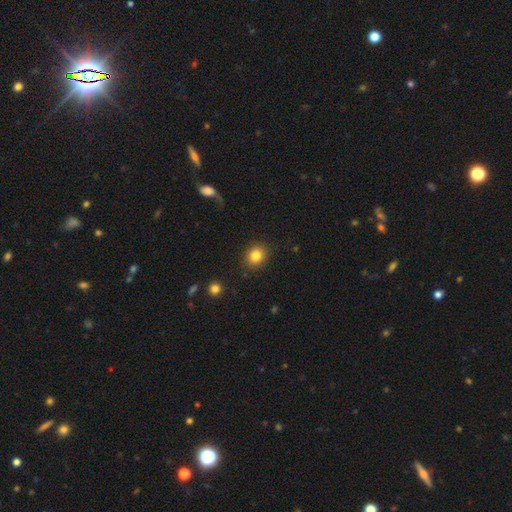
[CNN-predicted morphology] smooth_or_featured: smooth (p=0.83) [alt: star or artifact p=0.10]
how_rounded: round (p=0.70) [alt: in between p=0.29]
merging: none (p=0.89) [alt: minor disturbance p=0.07]